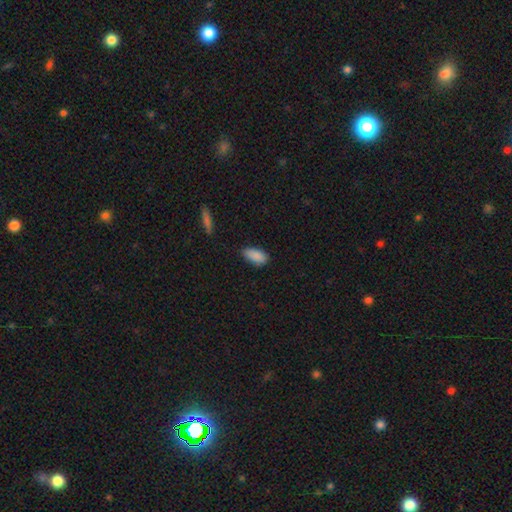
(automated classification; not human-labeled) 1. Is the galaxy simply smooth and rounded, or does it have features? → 88% smooth, 8% star or artifact, 4% featured or disk.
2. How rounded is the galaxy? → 90% in between, 8% cigar-shaped, 3% round.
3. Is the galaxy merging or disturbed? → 77% none, 19% minor disturbance, 3% major disturbance, 1% merger.